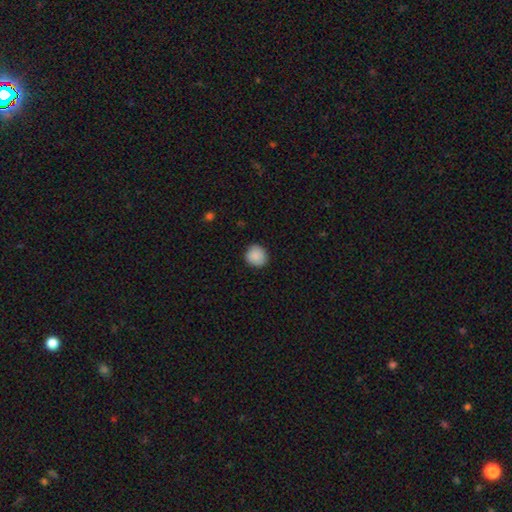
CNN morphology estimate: smooth-or-featured: smooth: 89% | star or artifact: 8% | featured or disk: 4%
  how-rounded: round: 88% | in between: 11% | cigar-shaped: 1%
  merging: none: 87% | minor disturbance: 10% | major disturbance: 2% | merger: 1%